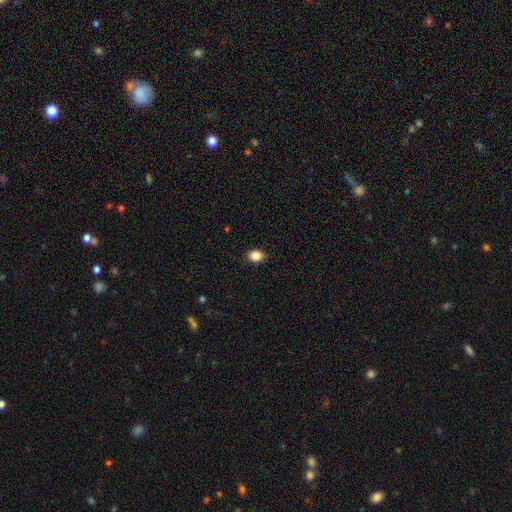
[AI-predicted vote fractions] The model was most divided on "how rounded": round: 54%, in between: 45%, cigar-shaped: 1%. More confident: merging — none (87%); smooth or featured — smooth (86%).